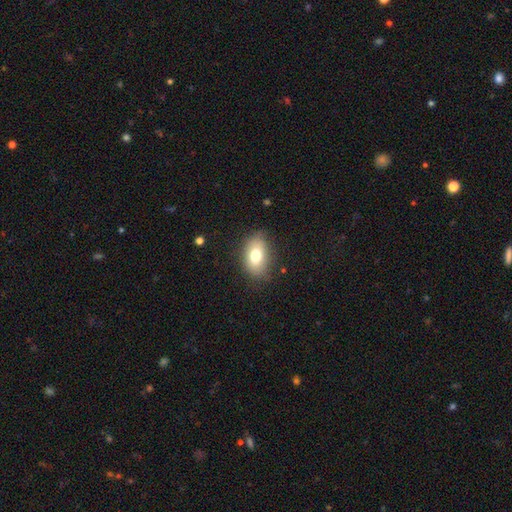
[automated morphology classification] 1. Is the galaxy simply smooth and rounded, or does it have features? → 75% smooth, 16% featured or disk, 9% star or artifact.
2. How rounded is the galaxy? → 85% in between, 14% round, 2% cigar-shaped.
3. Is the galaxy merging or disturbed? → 80% none, 15% minor disturbance, 4% major disturbance, 1% merger.